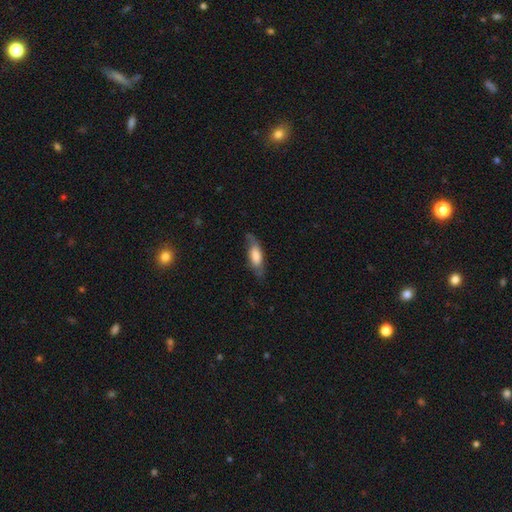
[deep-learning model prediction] Q: Smooth or featured?
A: smooth (62%); runner-up: featured or disk (32%)
Q: How rounded?
A: in between (60%); runner-up: cigar-shaped (38%)
Q: Merging?
A: none (69%); runner-up: minor disturbance (22%)